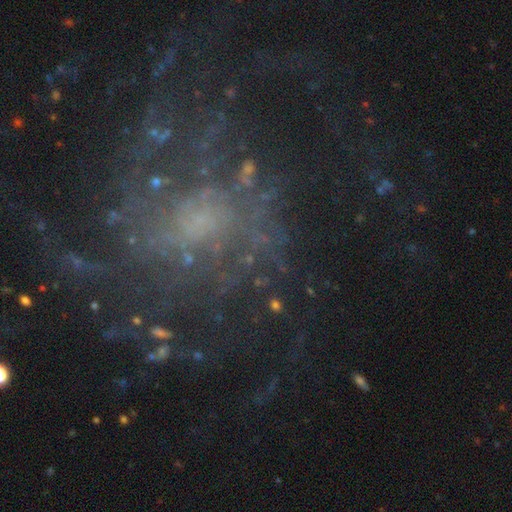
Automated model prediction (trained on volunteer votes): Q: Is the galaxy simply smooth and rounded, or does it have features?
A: featured or disk — 76%.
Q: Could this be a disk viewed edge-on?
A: no — 97%.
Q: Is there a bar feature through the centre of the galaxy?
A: no — 68%.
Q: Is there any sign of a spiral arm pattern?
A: yes — 86%.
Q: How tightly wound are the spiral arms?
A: medium — 38%.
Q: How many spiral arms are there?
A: can't tell — 39%.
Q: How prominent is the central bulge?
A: small — 50%.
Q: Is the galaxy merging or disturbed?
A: none — 60%.